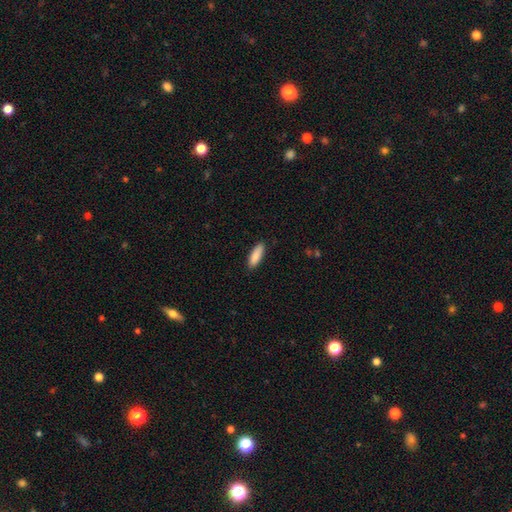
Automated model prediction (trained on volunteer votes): Smooth or featured: smooth — 89% (star or artifact — 6%)
How rounded: cigar-shaped — 49% (tied with in between — 49%)
Merging: none — 87% (minor disturbance — 10%)